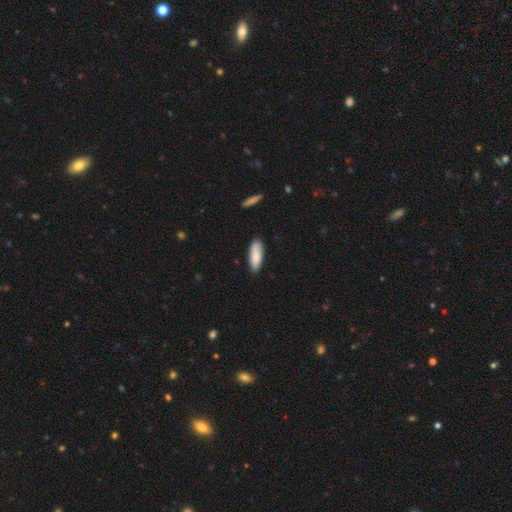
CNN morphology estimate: smooth_or_featured: smooth (p=0.83) [alt: featured or disk p=0.12]
how_rounded: in between (p=0.60) [alt: cigar-shaped p=0.38]
merging: none (p=0.82) [alt: minor disturbance p=0.14]